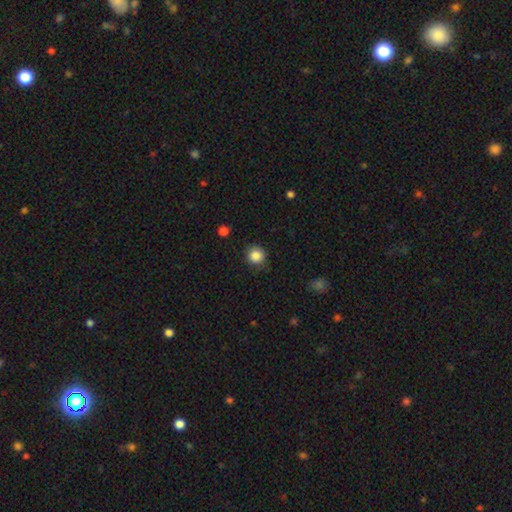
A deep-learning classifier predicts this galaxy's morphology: Smooth or featured? smooth (86%)
How rounded? round (91%)
Merging? none (84%)